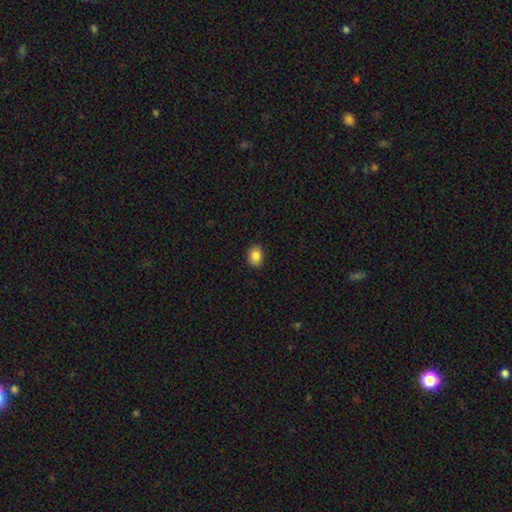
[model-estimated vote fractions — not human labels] A smooth galaxy with no disk features (86%) that is in between round and cigar-shaped (51%). Merging: none (90%).